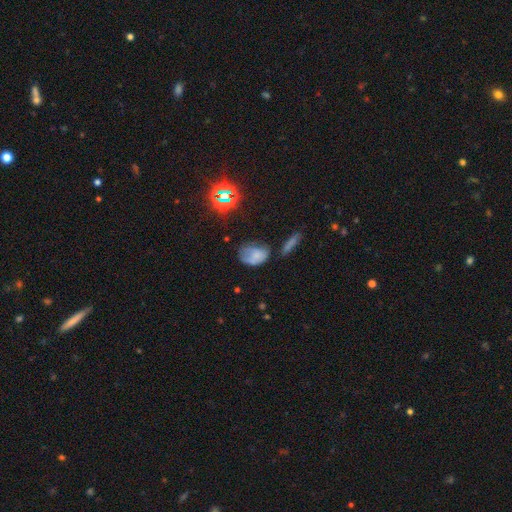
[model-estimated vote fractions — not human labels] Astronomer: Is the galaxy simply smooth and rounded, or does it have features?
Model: smooth — 62%.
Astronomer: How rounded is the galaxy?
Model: in between — 76%.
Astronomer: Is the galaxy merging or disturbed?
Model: none — 34% (runner-up: minor disturbance, 32%).